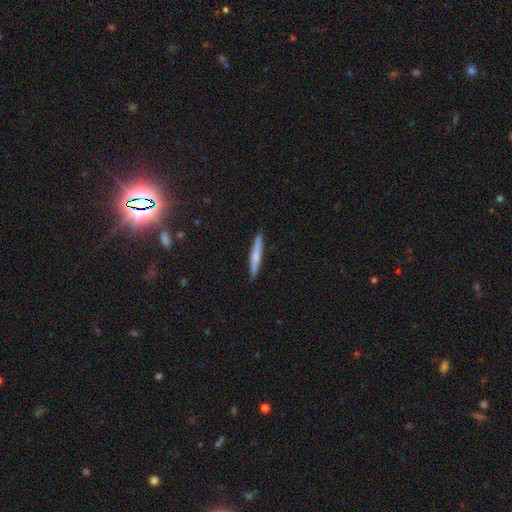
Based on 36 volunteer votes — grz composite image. It shows a smooth galaxy with no disk features (53%) that is cigar-shaped (100%). Merging: none (86%).